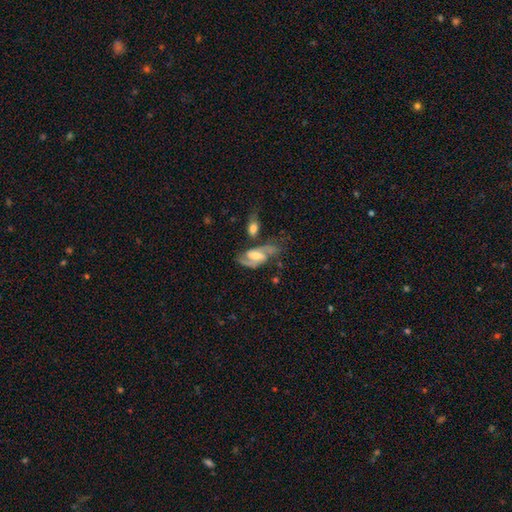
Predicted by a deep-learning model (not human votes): featured or disk 83%, smooth 11%, star or artifact 6%. Down the decision tree: edge-on disk — no (95%); bar — weak (47%); spiral arms — yes (95%); spiral arm count — 2 (90%); spiral winding — medium (55%); bulge size — moderate (58%); merging — none (59%).